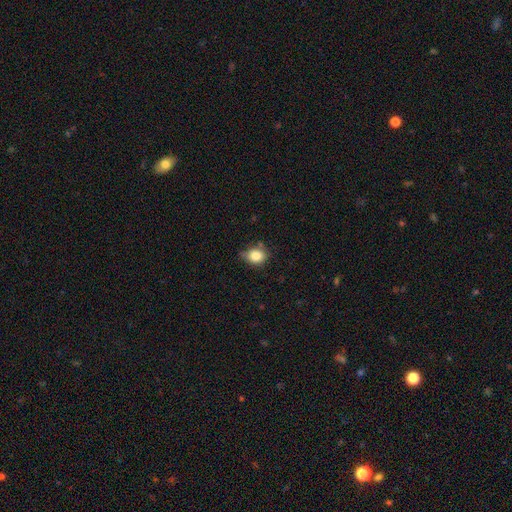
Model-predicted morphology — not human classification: smooth_or_featured: smooth (p=0.84) [alt: star or artifact p=0.10]
how_rounded: round (p=0.59) [alt: in between p=0.40]
merging: none (p=0.63) [alt: minor disturbance p=0.27]